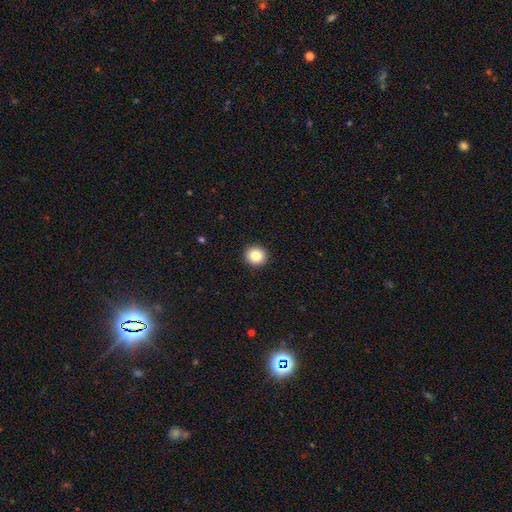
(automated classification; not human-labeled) Smooth or featured? Predicted: smooth (p=0.86). How rounded? Predicted: round (p=0.86). Merging? Predicted: none (p=0.93).